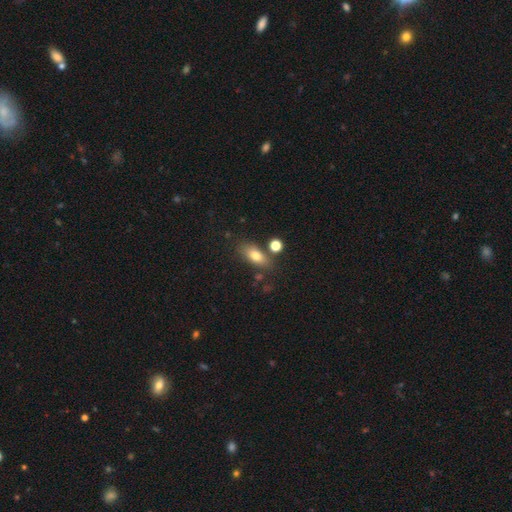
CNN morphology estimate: Smooth or featured: smooth — 76% (featured or disk — 15%)
How rounded: in between — 80% (cigar-shaped — 12%)
Merging: none — 72% (minor disturbance — 14%)